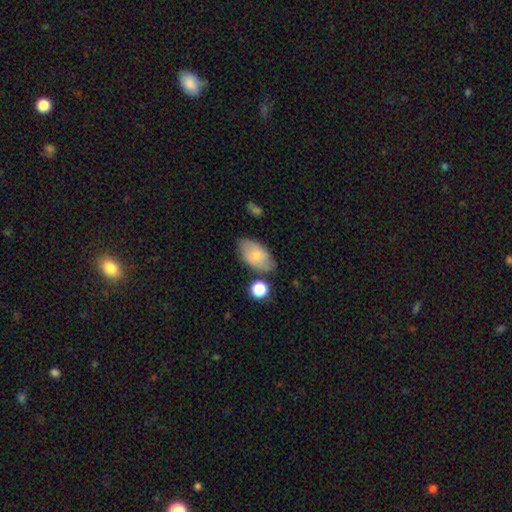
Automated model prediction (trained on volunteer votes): Smooth or featured?
  - smooth: 69% *
  - featured or disk: 24%
  - star or artifact: 7%
How rounded?
  - in between: 93% *
  - round: 5%
  - cigar-shaped: 2%
Merging?
  - none: 70% *
  - minor disturbance: 19%
  - merger: 7%
  - major disturbance: 4%